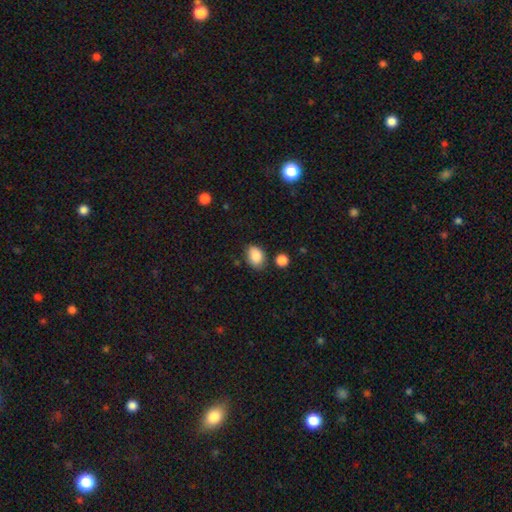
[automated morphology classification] smooth-or-featured: smooth: 86% | star or artifact: 8% | featured or disk: 6%
  how-rounded: in between: 74% | round: 25% | cigar-shaped: 1%
  merging: none: 71% | minor disturbance: 20% | merger: 5% | major disturbance: 4%